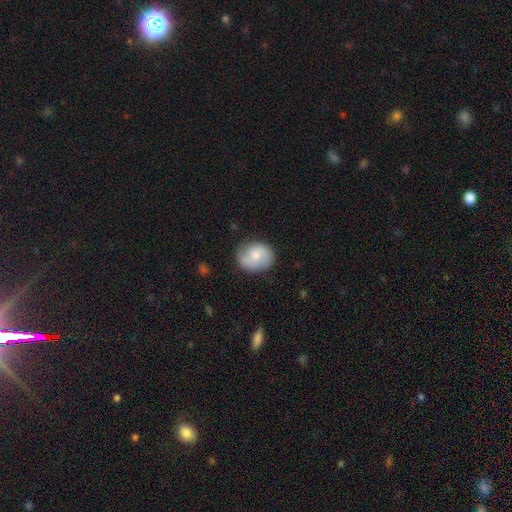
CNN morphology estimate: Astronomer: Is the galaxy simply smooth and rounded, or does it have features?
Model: smooth — 56% (runner-up: featured or disk, 37%).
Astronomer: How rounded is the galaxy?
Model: round — 64%.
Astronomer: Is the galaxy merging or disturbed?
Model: none — 73%.